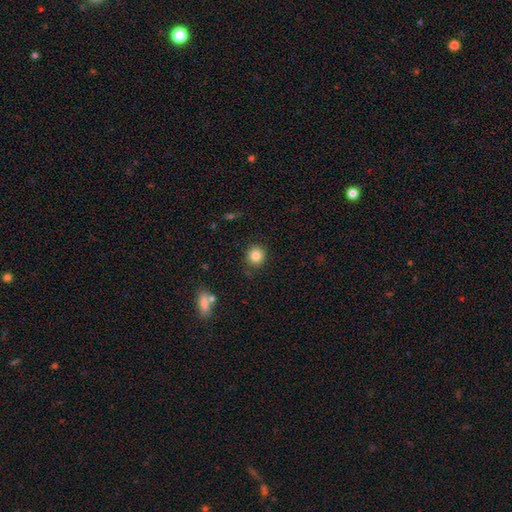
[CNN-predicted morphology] smooth-or-featured: smooth: 84% | star or artifact: 10% | featured or disk: 6%
  how-rounded: round: 90% | in between: 9% | cigar-shaped: 1%
  merging: none: 86% | minor disturbance: 9% | major disturbance: 3% | merger: 2%